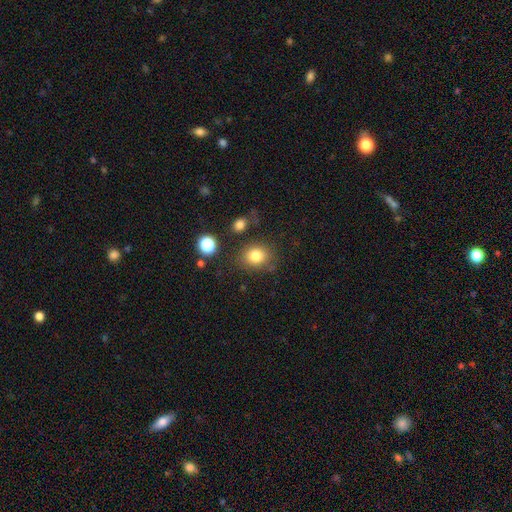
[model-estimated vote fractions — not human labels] The model was most divided on "how rounded": round: 63%, in between: 36%, cigar-shaped: 1%. More confident: smooth or featured — smooth (81%); merging — none (77%).